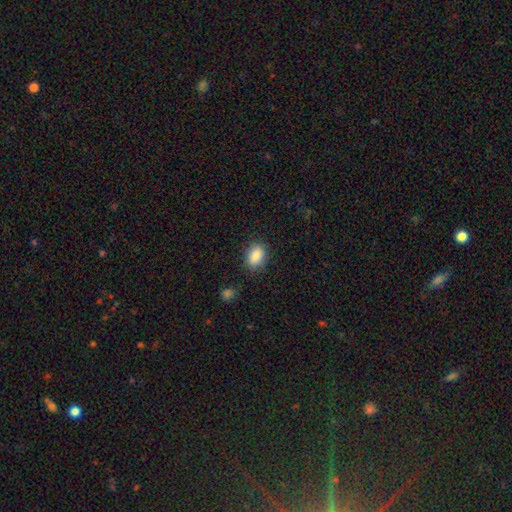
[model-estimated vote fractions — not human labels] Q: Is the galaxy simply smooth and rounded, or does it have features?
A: smooth — 88%.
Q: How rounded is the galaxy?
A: in between — 81%.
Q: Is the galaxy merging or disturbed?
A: none — 82%.